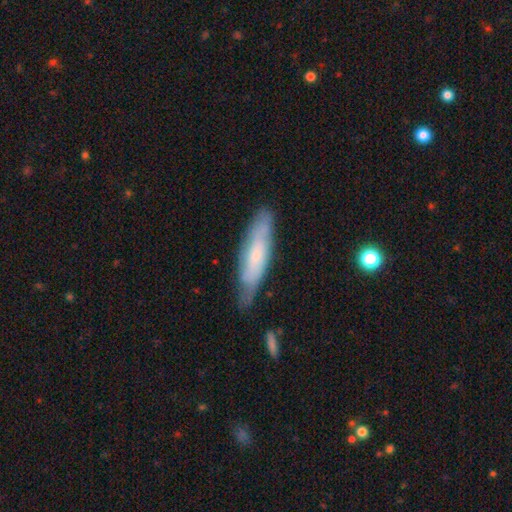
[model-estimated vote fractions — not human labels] Morphology: type=smooth (48%); merging=none (67%).